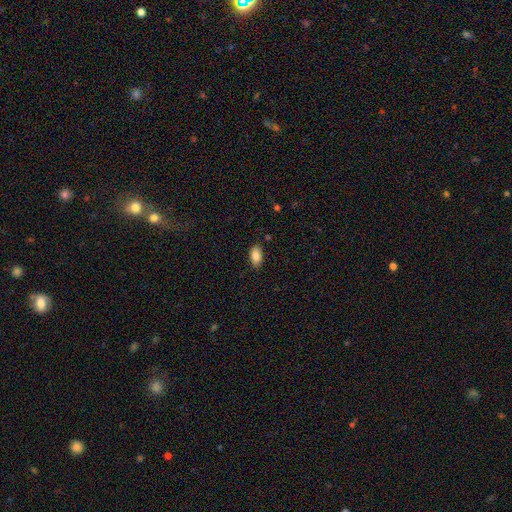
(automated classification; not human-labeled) Smooth or featured?
  - smooth: 86% *
  - star or artifact: 8%
  - featured or disk: 6%
How rounded?
  - in between: 92% *
  - cigar-shaped: 4%
  - round: 4%
Merging?
  - none: 86% *
  - minor disturbance: 11%
  - major disturbance: 2%
  - merger: 1%